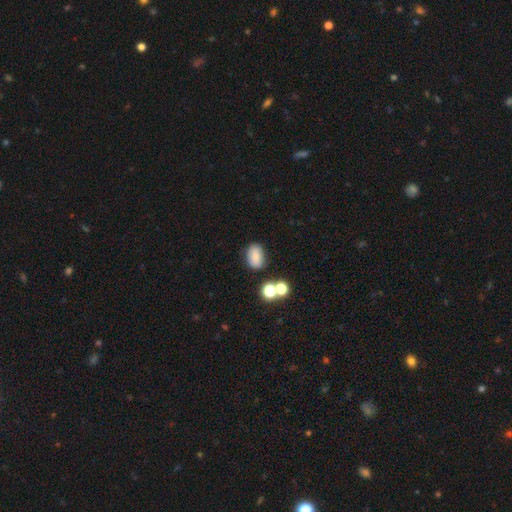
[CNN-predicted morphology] Smooth or featured: smooth — 75% (featured or disk — 13%)
How rounded: in between — 78% (round — 21%)
Merging: none — 76% (minor disturbance — 13%)